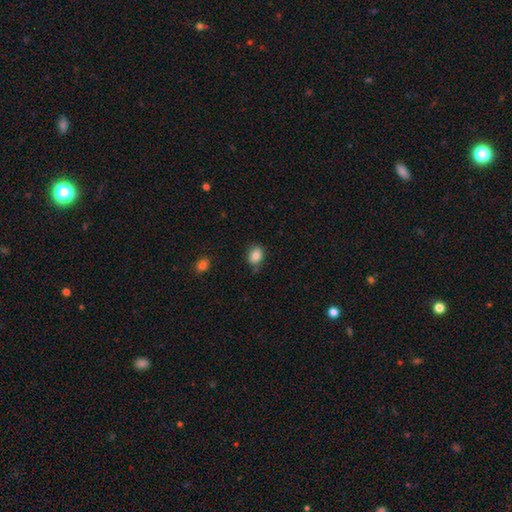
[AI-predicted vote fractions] A smooth galaxy with no disk features (82%) that is in between round and cigar-shaped (60%). Merging: none (73%).